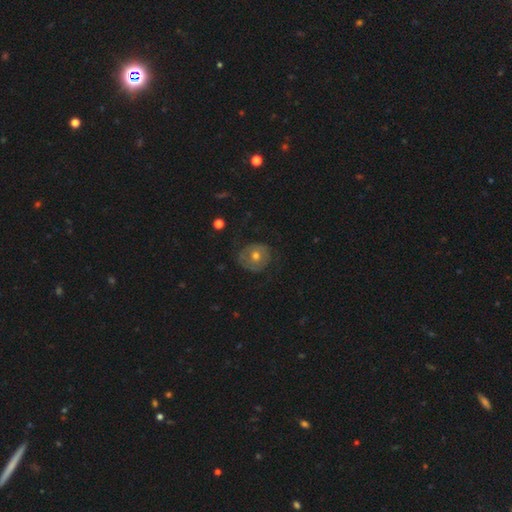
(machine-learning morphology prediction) A featured or disk galaxy (47%). Merging: none (70%).